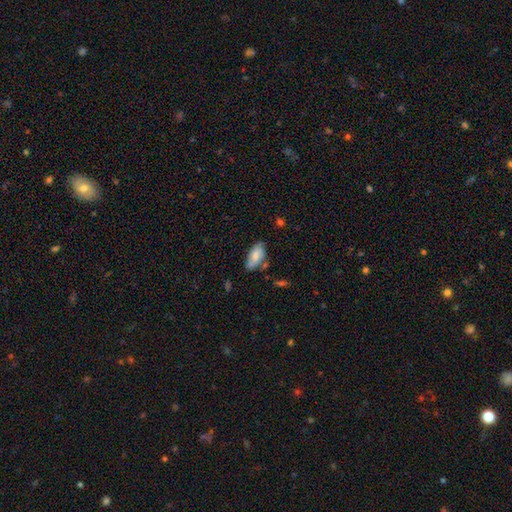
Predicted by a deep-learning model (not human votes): This appears to be a smooth galaxy with no disk features (65%) that is in between round and cigar-shaped (90%). Merging: none (59%).